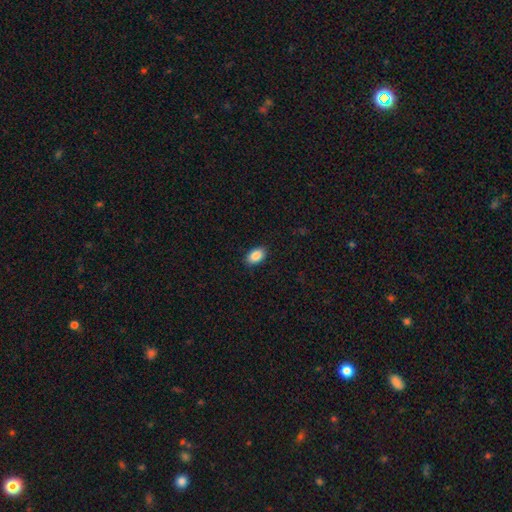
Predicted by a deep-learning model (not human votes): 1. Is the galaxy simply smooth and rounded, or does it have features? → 88% smooth, 7% star or artifact, 4% featured or disk.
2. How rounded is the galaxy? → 91% in between, 8% round, 2% cigar-shaped.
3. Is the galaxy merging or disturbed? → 88% none, 9% minor disturbance, 2% major disturbance, 1% merger.